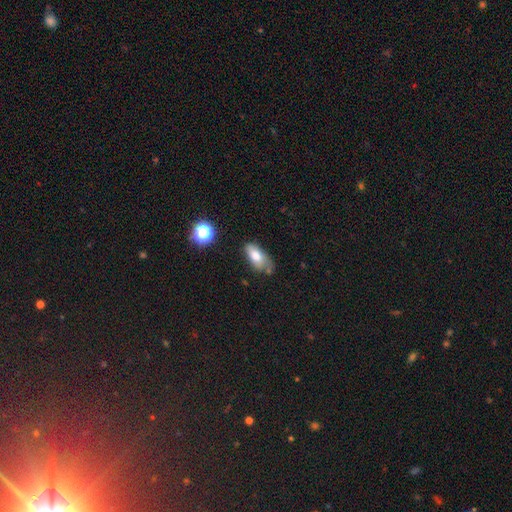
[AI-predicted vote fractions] Q: Smooth or featured?
A: smooth (75%); runner-up: featured or disk (16%)
Q: How rounded?
A: in between (87%); runner-up: cigar-shaped (8%)
Q: Merging?
A: none (46%); runner-up: minor disturbance (35%)